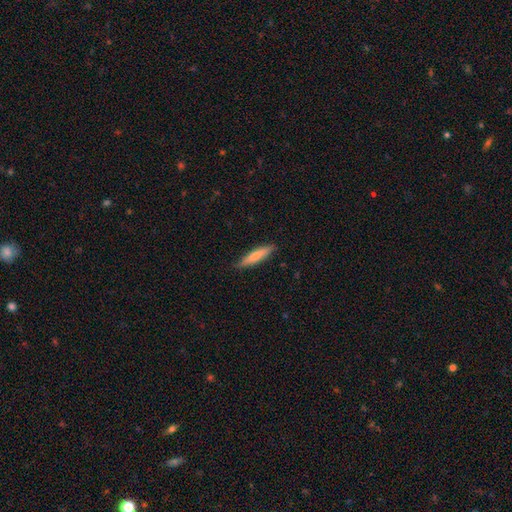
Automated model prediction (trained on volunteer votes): This appears to be a smooth galaxy with no disk features (70%) that is cigar-shaped (81%). Merging: none (84%).